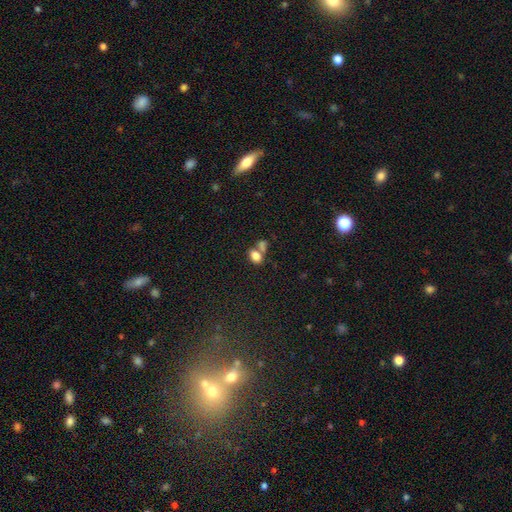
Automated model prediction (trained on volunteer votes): The model was most divided on "merging": merger: 47%, none: 39%, minor disturbance: 10%, major disturbance: 5%. More confident: how rounded — in between (80%); smooth or featured — smooth (80%).